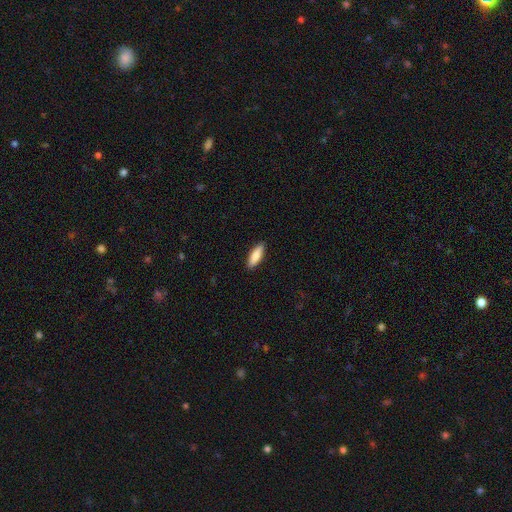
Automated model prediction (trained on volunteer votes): Smooth or featured? Predicted: smooth (p=0.84). How rounded? Predicted: in between (p=0.51). Merging? Predicted: none (p=0.90).